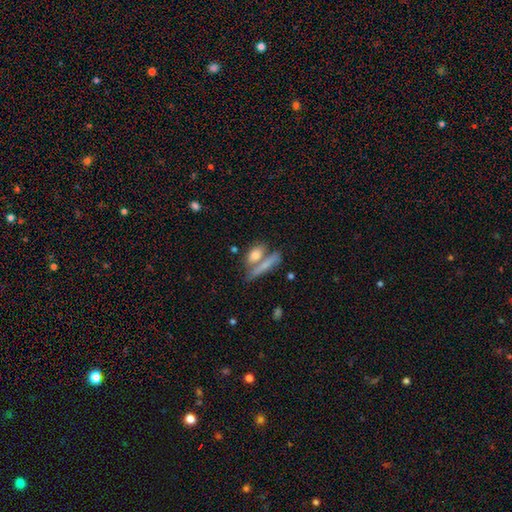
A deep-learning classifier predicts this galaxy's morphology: A smooth galaxy with no disk features (71%) that is in between round and cigar-shaped (51%).

Vote fractions:
- Smooth or featured? smooth: 71% / featured or disk: 21% / star or artifact: 8%
- How rounded? in between: 51% / cigar-shaped: 38% / round: 11%
- Merging? none: 45% / merger: 39% / minor disturbance: 11% / major disturbance: 5%